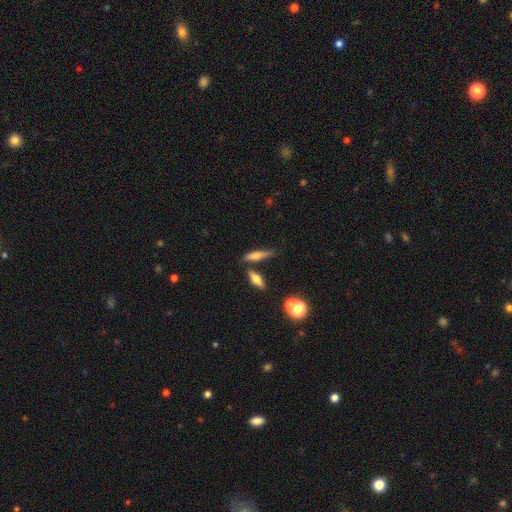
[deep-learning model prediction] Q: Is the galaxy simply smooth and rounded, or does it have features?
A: smooth — 61%.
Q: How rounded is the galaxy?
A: cigar-shaped — 69%.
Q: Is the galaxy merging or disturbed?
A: none — 62%.